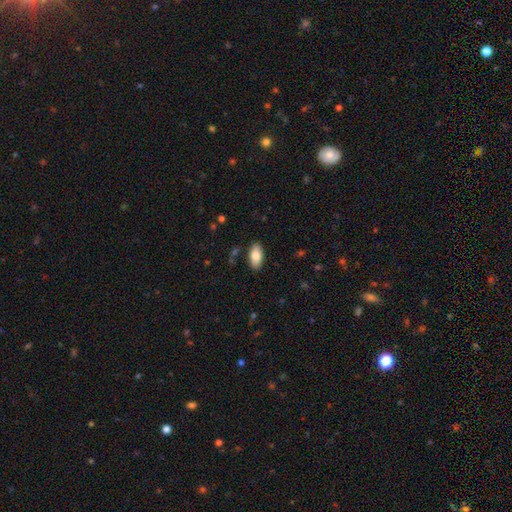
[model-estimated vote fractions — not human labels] Smooth or featured? smooth (82%)
How rounded? in between (93%)
Merging? none (87%)